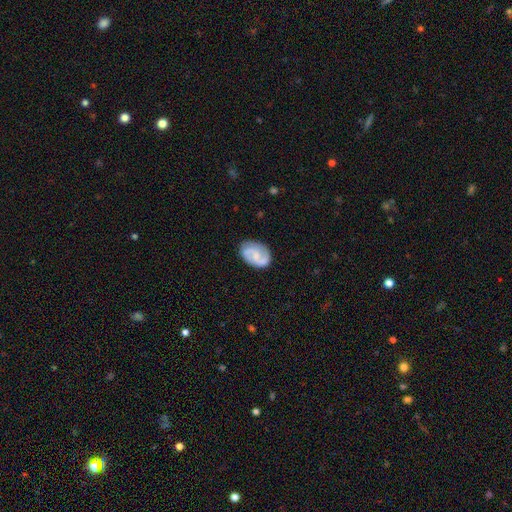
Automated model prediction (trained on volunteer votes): smooth-or-featured: featured or disk: 72% | smooth: 22% | star or artifact: 6%
  disk-edge-on: no: 97% | yes: 3%
    bar: no: 47% | weak: 43% | strong: 9%
    has-spiral-arms: yes: 93% | no: 7%
      spiral-winding: medium: 48% | loose: 26% | tight: 26%
      spiral-arm-count: 2: 85% | can't tell: 7% | 1: 4% | 3: 2% | 4: 1% | more than 4: 1%
    bulge-size: small: 52% | moderate: 26% | none: 18% | large: 2% | dominant: 1%
  merging: none: 77% | minor disturbance: 17% | major disturbance: 5% | merger: 2%